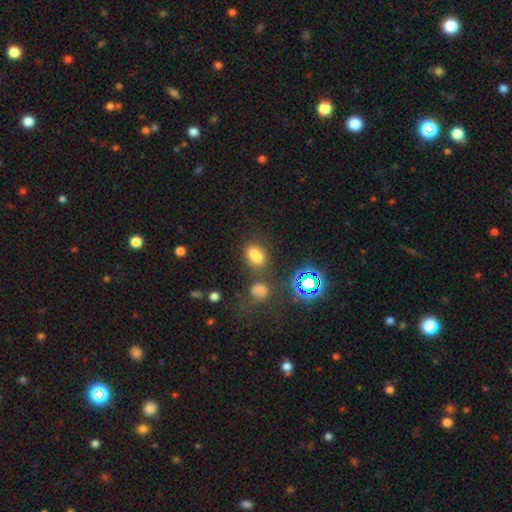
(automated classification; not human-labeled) Q: Smooth or featured?
A: smooth (65%); runner-up: star or artifact (23%)
Q: How rounded?
A: in between (55%); runner-up: round (43%)
Q: Merging?
A: none (43%); runner-up: merger (40%)